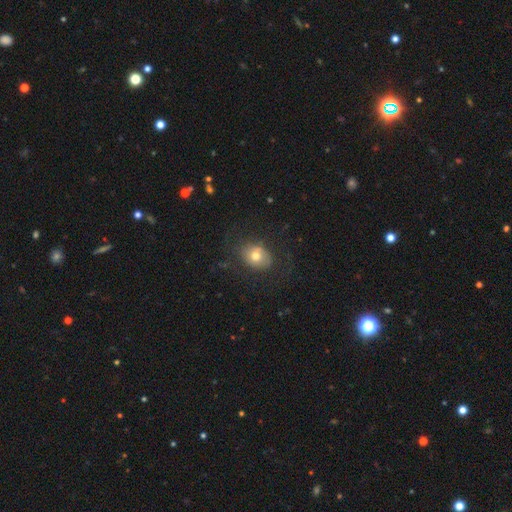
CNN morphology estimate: smooth 67%, featured or disk 22%, star or artifact 11%. Down the decision tree: how rounded — in between (52%); merging — none (70%).